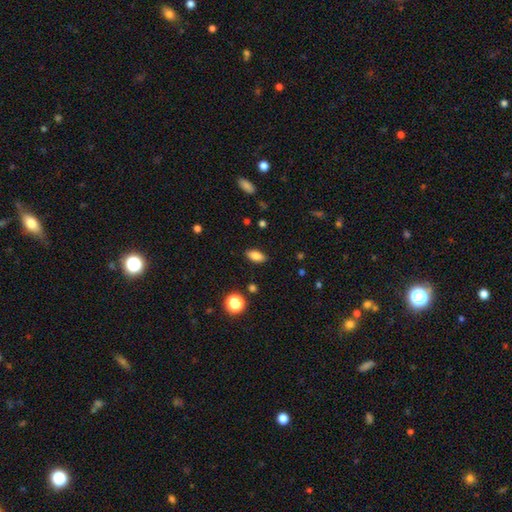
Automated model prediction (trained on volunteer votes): Q: Smooth or featured?
A: smooth (80%); runner-up: featured or disk (10%)
Q: How rounded?
A: in between (87%); runner-up: cigar-shaped (7%)
Q: Merging?
A: none (87%); runner-up: minor disturbance (9%)